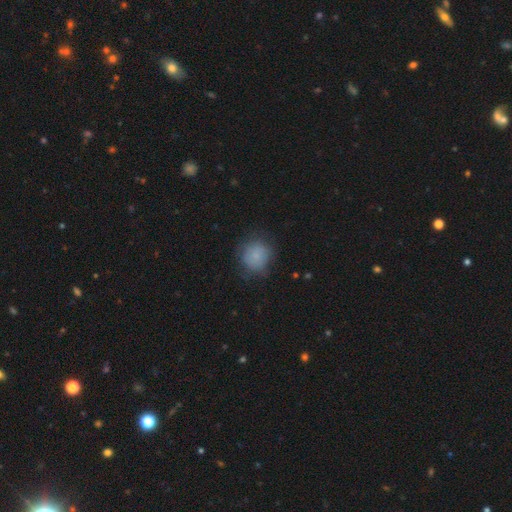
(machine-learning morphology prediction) A smooth galaxy with no disk features (79%) that is round (86%).

Vote fractions:
- Smooth or featured? smooth: 79% / featured or disk: 12% / star or artifact: 10%
- How rounded? round: 86% / in between: 13% / cigar-shaped: 1%
- Merging? none: 71% / minor disturbance: 19% / major disturbance: 8% / merger: 1%